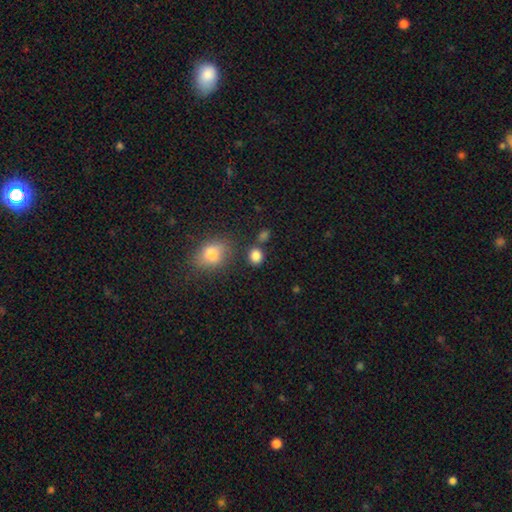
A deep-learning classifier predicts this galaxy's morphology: A smooth galaxy with no disk features (84%) that is round (66%). Merging: none (74%).